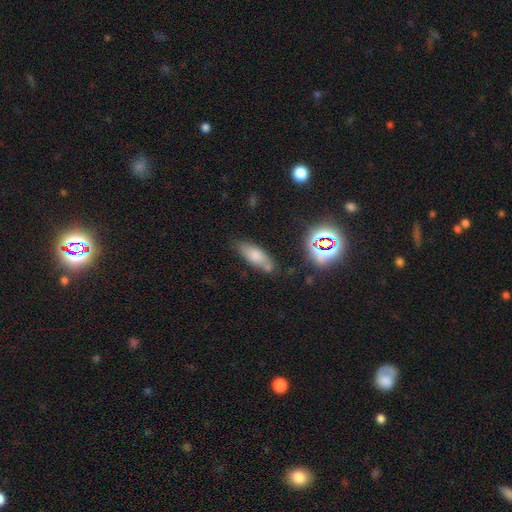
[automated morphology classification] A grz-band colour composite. It shows a smooth galaxy with no disk features (71%) that is in between round and cigar-shaped (65%). Merging: none (67%).